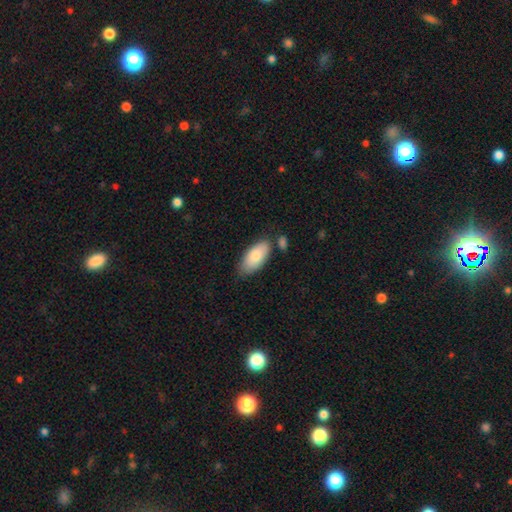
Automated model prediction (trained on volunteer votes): Smooth or featured? Predicted: smooth (p=0.80). How rounded? Predicted: in between (p=0.91). Merging? Predicted: none (p=0.69).